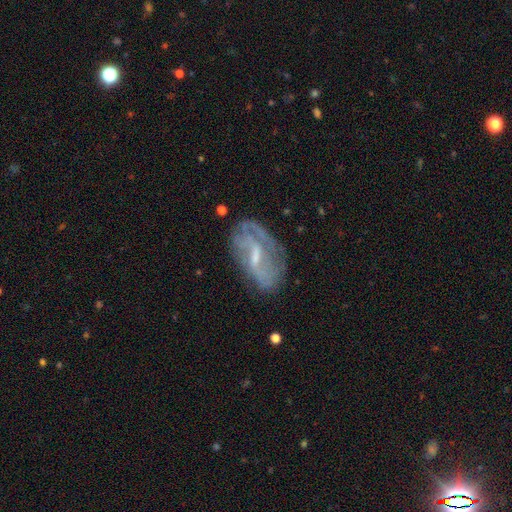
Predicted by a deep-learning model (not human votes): Smooth or featured: featured or disk — 72% (smooth — 20%)
Edge-on disk: no — 93% (yes — 7%)
Bar: weak — 53% (no — 25%)
Spiral arms: yes — 78% (no — 22%)
Spiral winding: medium — 39% (tight — 38%)
Spiral arm count: can't tell — 40% (2 — 35%)
Bulge size: small — 45% (moderate — 38%)
Merging: none — 62% (minor disturbance — 23%)